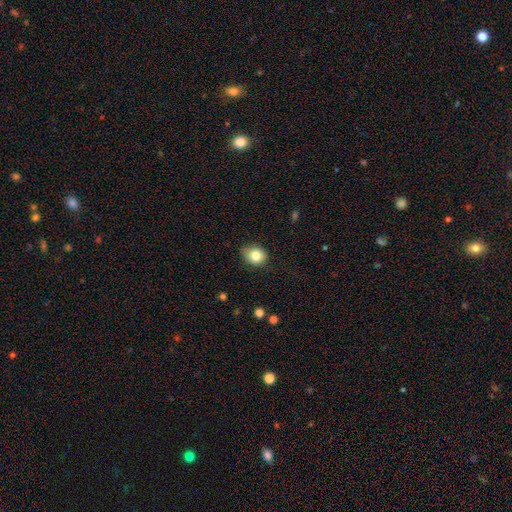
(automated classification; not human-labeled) Morphology: type=smooth (82%); roundness=round (66%); merging=none (72%).